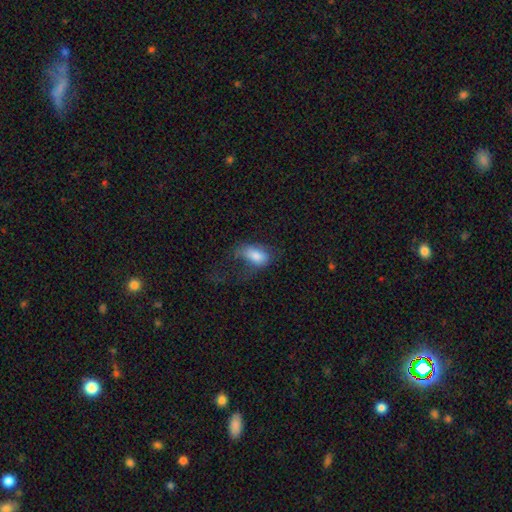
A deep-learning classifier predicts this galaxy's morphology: Smooth or featured?
  - smooth: 76% *
  - featured or disk: 16%
  - star or artifact: 8%
How rounded?
  - in between: 92% *
  - round: 5%
  - cigar-shaped: 3%
Merging?
  - major disturbance: 42% *
  - none: 31%
  - minor disturbance: 24%
  - merger: 3%